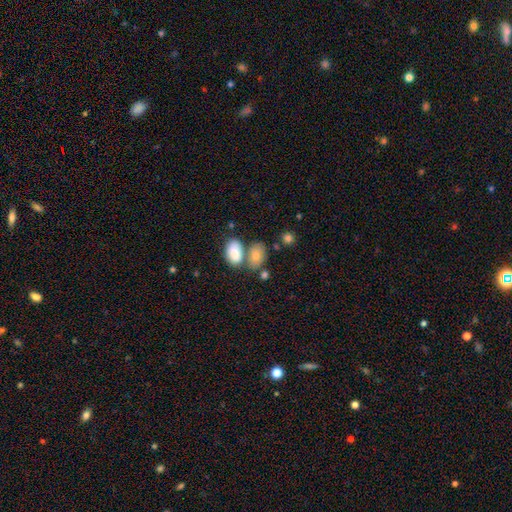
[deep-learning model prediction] A smooth galaxy with no disk features (82%) that is in between round and cigar-shaped (89%). Merging: none (47%).